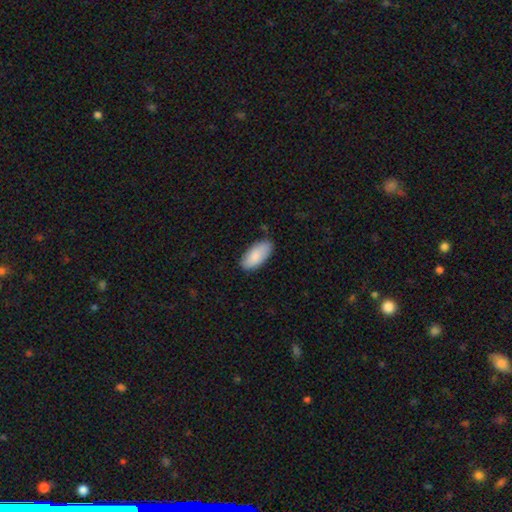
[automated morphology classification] The model was most divided on "merging": none: 79%, minor disturbance: 17%, major disturbance: 3%, merger: 1%. More confident: how rounded — in between (92%); smooth or featured — smooth (86%).